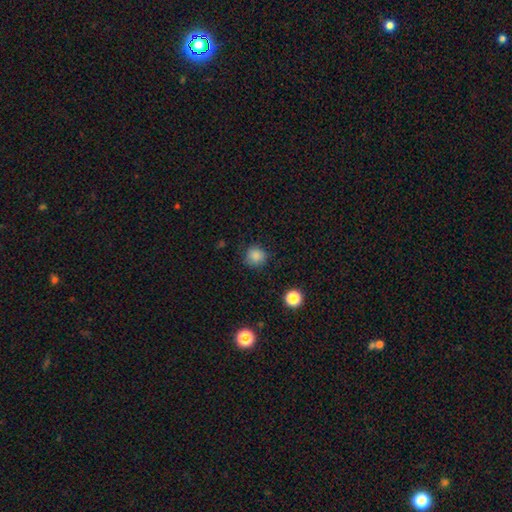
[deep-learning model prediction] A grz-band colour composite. It shows a smooth galaxy with no disk features (85%) that is round (91%). Merging: none (84%).